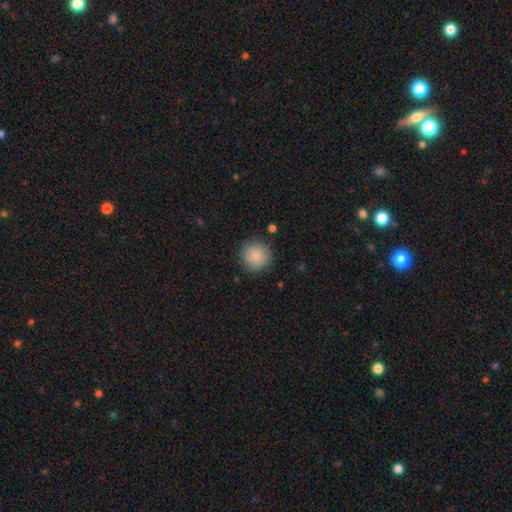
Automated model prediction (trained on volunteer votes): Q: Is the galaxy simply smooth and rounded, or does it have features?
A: smooth — 88%.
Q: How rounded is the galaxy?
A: round — 94%.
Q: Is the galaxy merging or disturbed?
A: none — 88%.